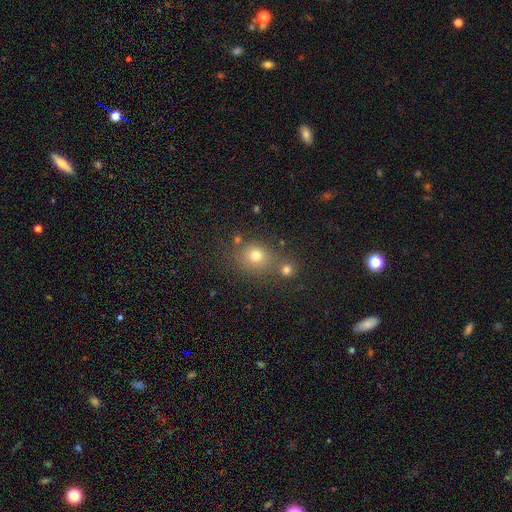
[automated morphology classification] Overall: smooth (74%). How rounded: round (74%). Merging: none (62%; merger 23%).